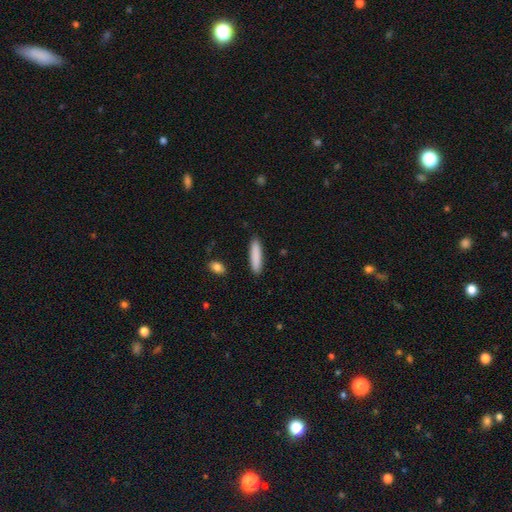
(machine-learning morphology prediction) smooth 87%, featured or disk 8%, star or artifact 6%. Down the decision tree: how rounded — cigar-shaped (82%); merging — none (90%).